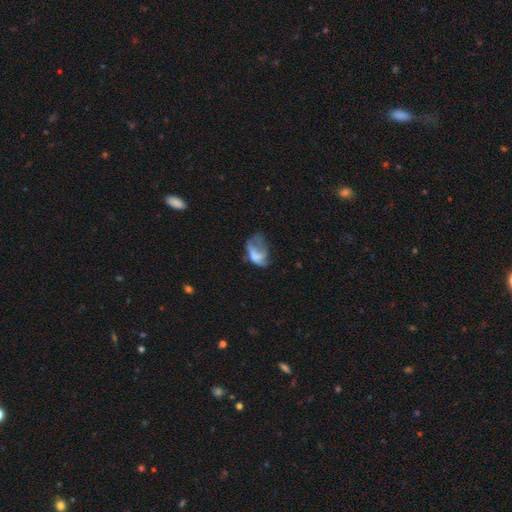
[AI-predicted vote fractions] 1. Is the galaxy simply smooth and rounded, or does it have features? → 48% smooth, 41% featured or disk, 12% star or artifact.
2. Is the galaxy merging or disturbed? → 49% major disturbance, 23% none, 22% minor disturbance, 5% merger.